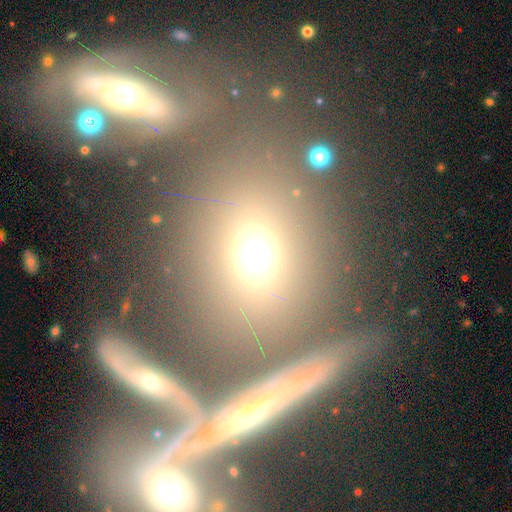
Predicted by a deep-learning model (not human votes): Smooth or featured? smooth (65%)
How rounded? in between (51%)
Merging? none (68%)